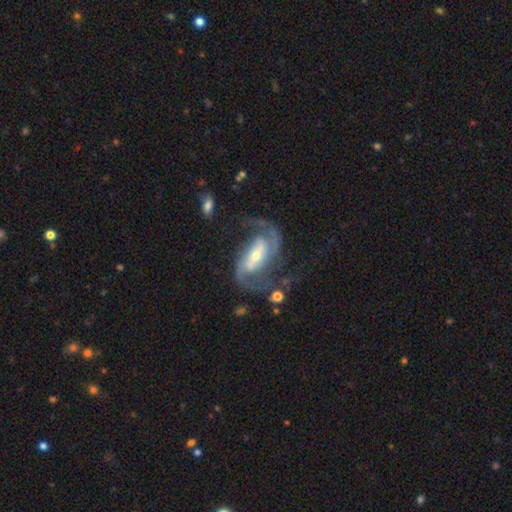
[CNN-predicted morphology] This appears to be a featured or disk galaxy (90%) with a strong bar (48%), 2 (90%) medium (52%) spiral arms (97%) and a small central bulge (54%). Merging: none (62%).